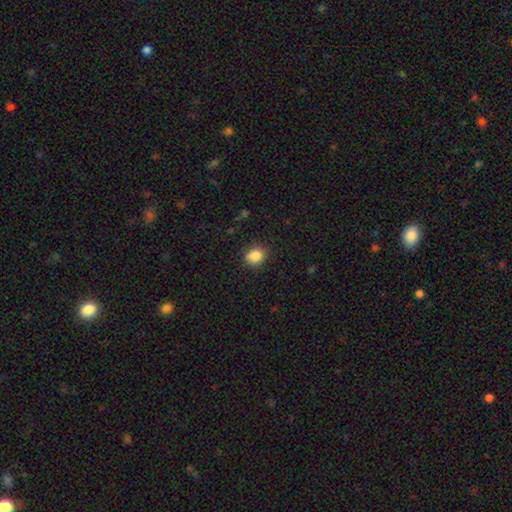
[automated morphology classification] Smooth or featured? Predicted: smooth (p=0.85). How rounded? Predicted: round (p=0.60). Merging? Predicted: none (p=0.81).